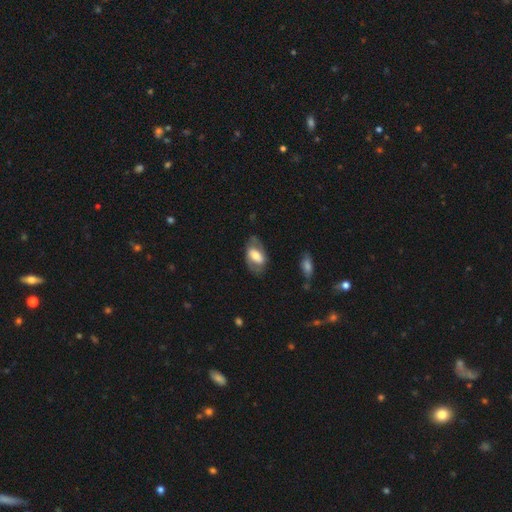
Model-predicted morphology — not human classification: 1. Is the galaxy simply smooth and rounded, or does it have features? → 51% smooth, 42% featured or disk, 7% star or artifact.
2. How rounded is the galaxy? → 90% in between, 7% round, 3% cigar-shaped.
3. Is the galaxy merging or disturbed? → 67% none, 20% minor disturbance, 11% major disturbance, 2% merger.